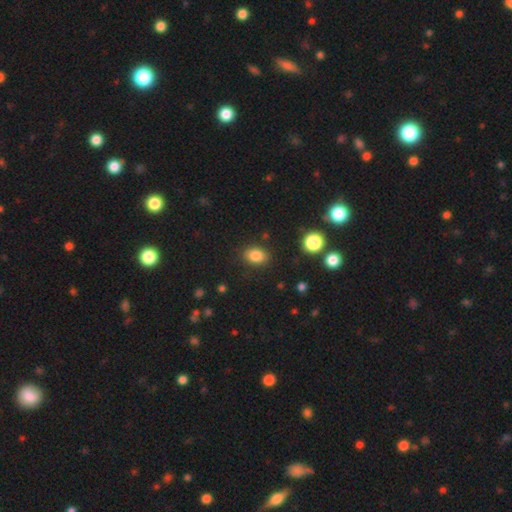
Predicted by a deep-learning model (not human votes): Smooth or featured? Predicted: smooth (p=0.83). How rounded? Predicted: in between (p=0.76). Merging? Predicted: none (p=0.86).